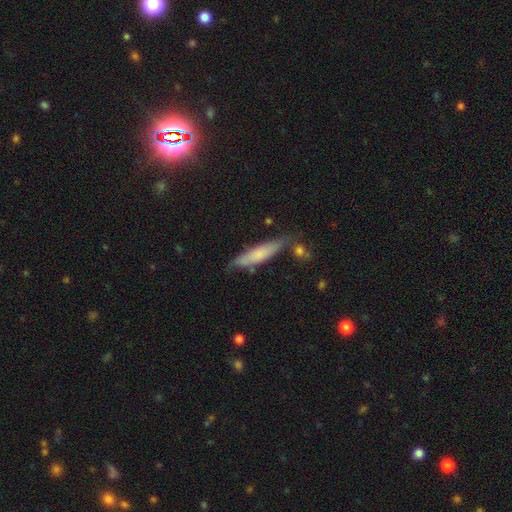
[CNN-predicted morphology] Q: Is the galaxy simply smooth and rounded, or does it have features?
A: smooth — 67%.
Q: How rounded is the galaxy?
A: cigar-shaped — 79%.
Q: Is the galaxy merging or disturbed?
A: none — 70%.